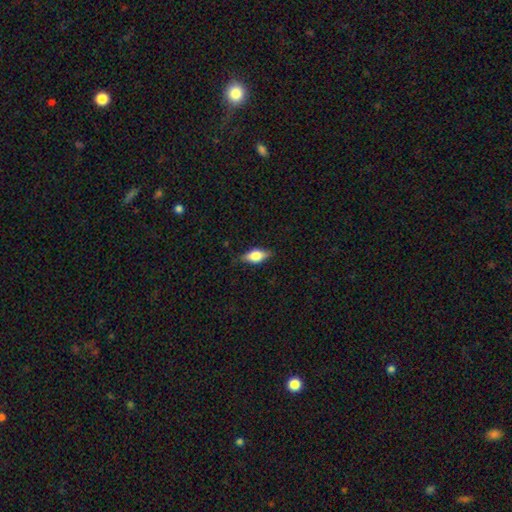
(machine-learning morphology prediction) Smooth or featured? Predicted: smooth (p=0.64). How rounded? Predicted: in between (p=0.83). Merging? Predicted: none (p=0.79).